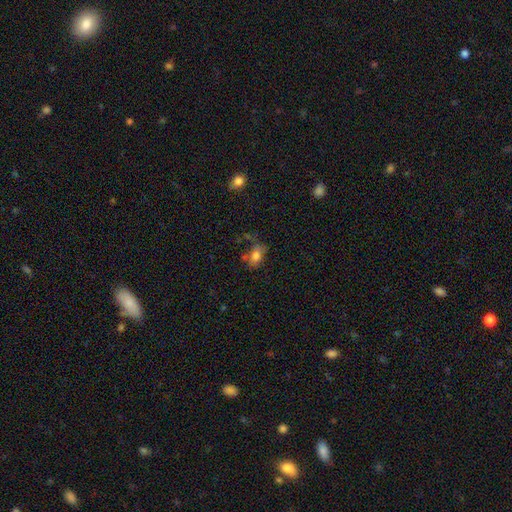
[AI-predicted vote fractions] smooth-or-featured: smooth: 75% | featured or disk: 14% | star or artifact: 11%
  how-rounded: in between: 78% | round: 20% | cigar-shaped: 2%
  merging: none: 54% | minor disturbance: 25% | merger: 11% | major disturbance: 10%